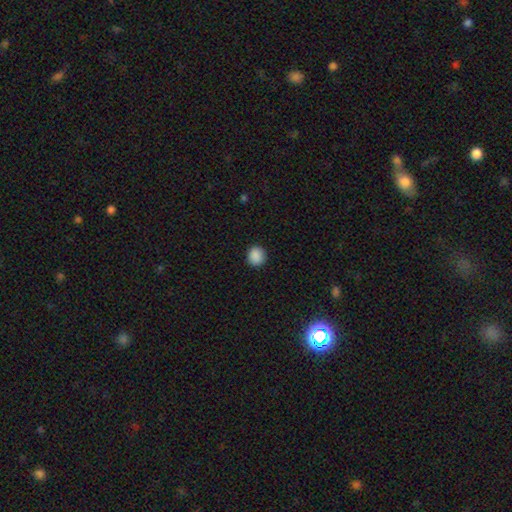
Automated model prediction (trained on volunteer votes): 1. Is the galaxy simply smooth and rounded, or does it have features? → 89% smooth, 9% star or artifact, 2% featured or disk.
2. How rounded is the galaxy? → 86% round, 13% in between, 1% cigar-shaped.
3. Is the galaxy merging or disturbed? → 90% none, 7% minor disturbance, 2% major disturbance, 1% merger.